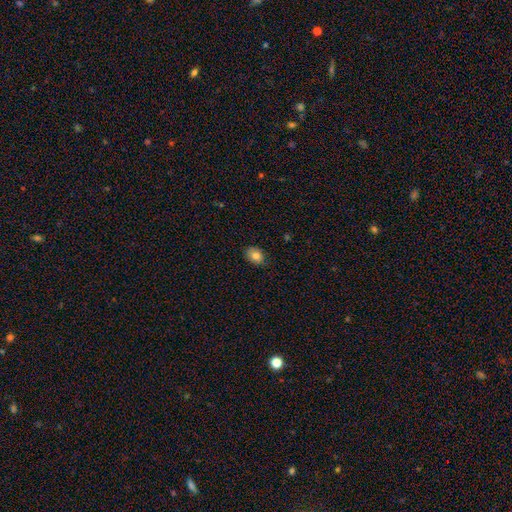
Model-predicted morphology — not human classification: Overall: smooth (83%). How rounded: in between (63%; round 36%). Merging: none (79%).